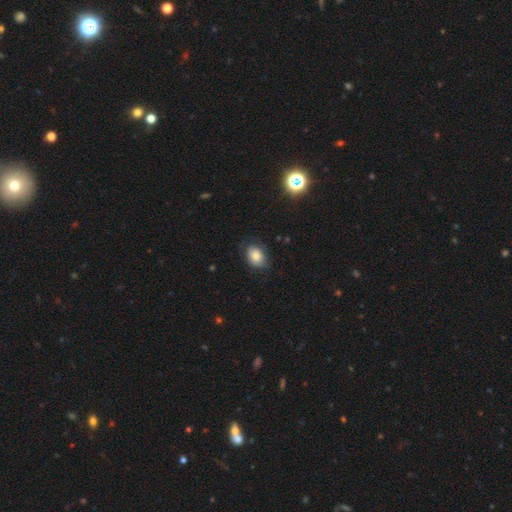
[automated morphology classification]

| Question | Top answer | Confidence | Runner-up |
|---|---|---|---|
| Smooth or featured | smooth | 78% | featured or disk (14%) |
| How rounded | in between | 76% | round (23%) |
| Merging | none | 70% | minor disturbance (22%) |